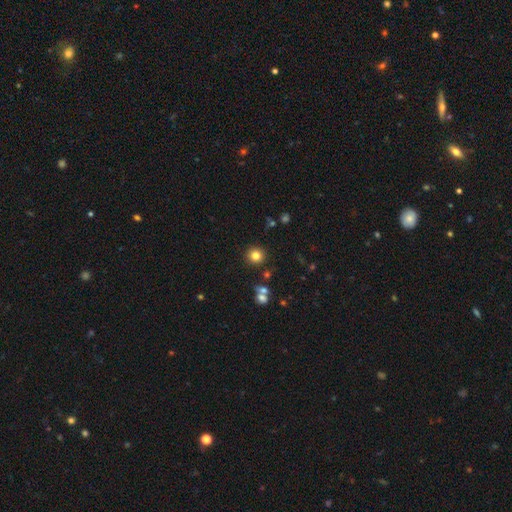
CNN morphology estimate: This is likely a smooth galaxy (80%). How rounded: clearly round (93%). Merging: clearly none (88%).